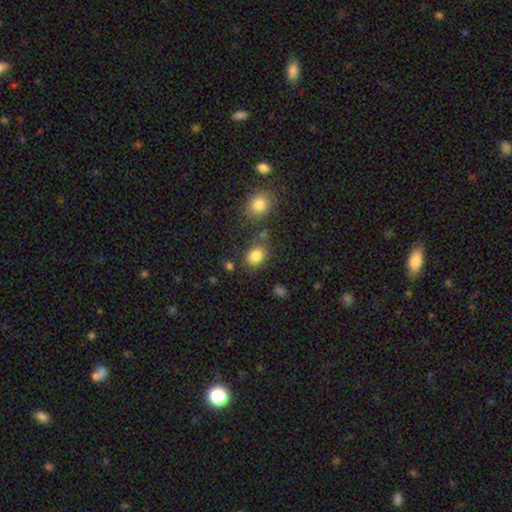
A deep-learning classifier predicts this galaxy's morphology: This appears to be a smooth galaxy with no disk features (84%) that is in between round and cigar-shaped (64%). Merging: none (74%).